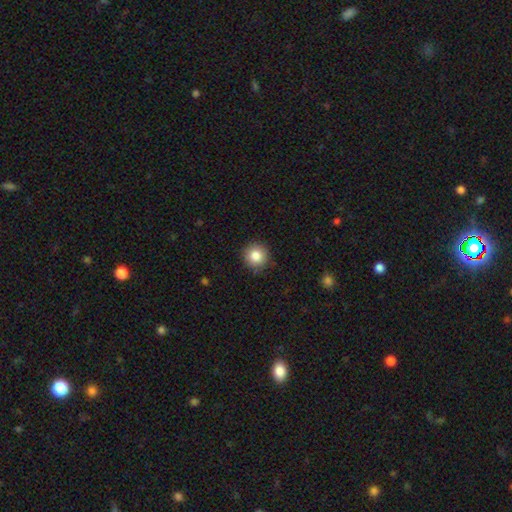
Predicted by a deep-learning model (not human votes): Smooth or featured? smooth (84%)
How rounded? round (95%)
Merging? none (89%)